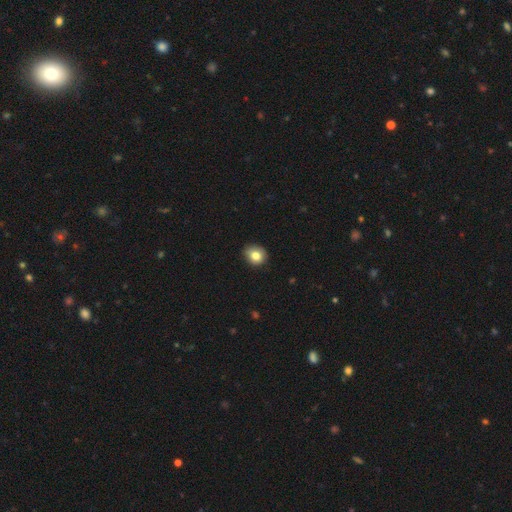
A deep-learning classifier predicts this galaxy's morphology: A smooth galaxy with no disk features (81%) that is round (73%). Merging: none (81%).